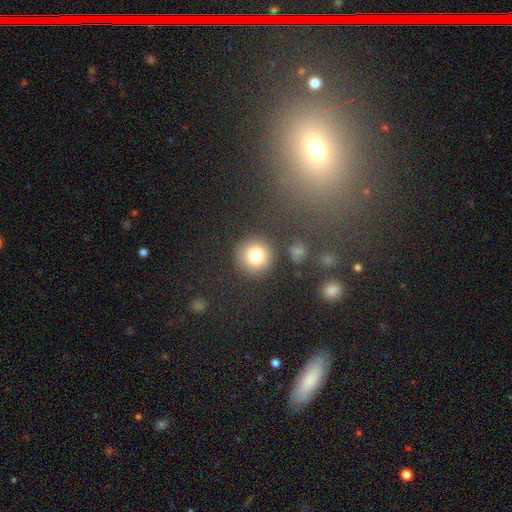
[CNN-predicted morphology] Overall: smooth (79%). How rounded: round (93%). Merging: none (86%).